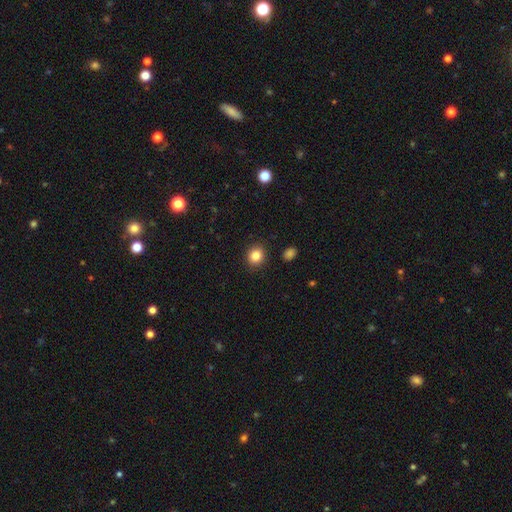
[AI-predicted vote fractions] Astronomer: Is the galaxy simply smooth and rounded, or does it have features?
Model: smooth — 84%.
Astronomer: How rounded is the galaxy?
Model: round — 79%.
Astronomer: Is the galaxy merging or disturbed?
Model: none — 90%.